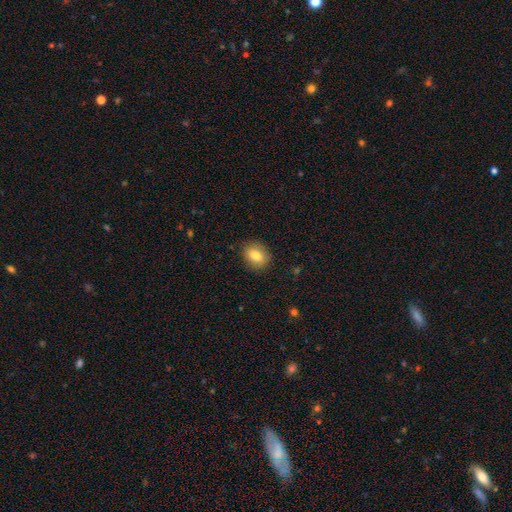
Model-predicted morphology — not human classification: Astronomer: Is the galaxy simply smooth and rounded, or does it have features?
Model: smooth — 81%.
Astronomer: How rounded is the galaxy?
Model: in between — 50% (runner-up: round, 49%).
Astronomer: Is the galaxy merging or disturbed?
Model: none — 87%.